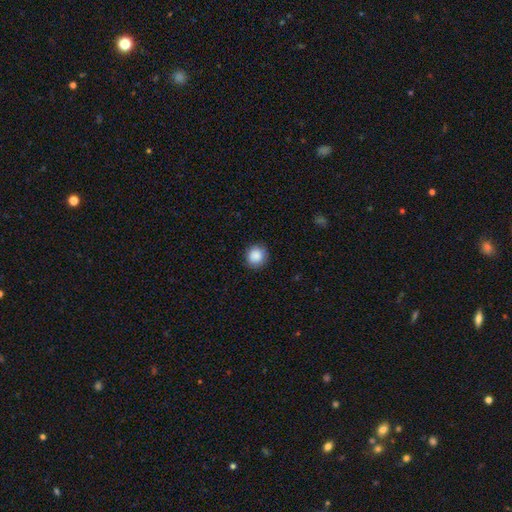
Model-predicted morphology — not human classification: The model was most divided on "merging": none: 88%, minor disturbance: 9%, major disturbance: 2%, merger: 1%. More confident: how rounded — round (90%); smooth or featured — smooth (89%).